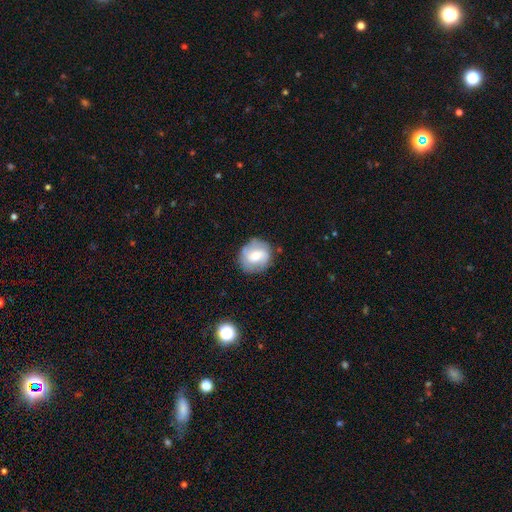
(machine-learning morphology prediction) Q: Smooth or featured?
A: featured or disk (51%); runner-up: smooth (41%)
Q: Edge-on disk?
A: no (97%); runner-up: yes (3%)
Q: Merging?
A: none (79%); runner-up: minor disturbance (15%)